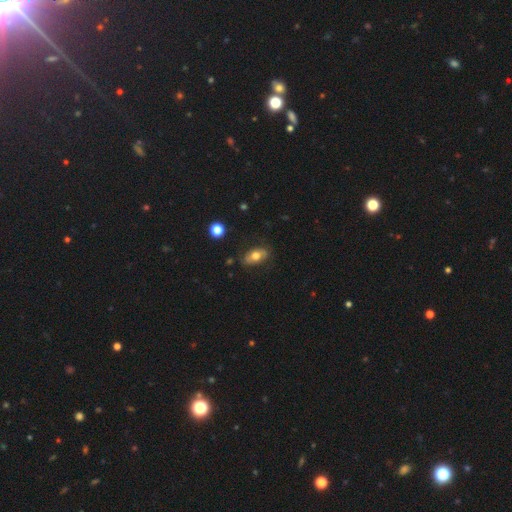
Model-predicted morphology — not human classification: Q: Smooth or featured?
A: smooth (67%); runner-up: featured or disk (25%)
Q: How rounded?
A: in between (87%); runner-up: round (8%)
Q: Merging?
A: none (79%); runner-up: minor disturbance (15%)